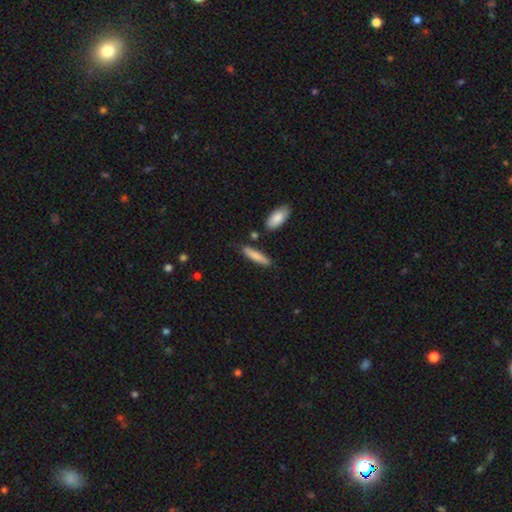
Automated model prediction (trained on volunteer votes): Q: Smooth or featured?
A: smooth (80%); runner-up: featured or disk (14%)
Q: How rounded?
A: cigar-shaped (79%); runner-up: in between (19%)
Q: Merging?
A: none (79%); runner-up: minor disturbance (13%)